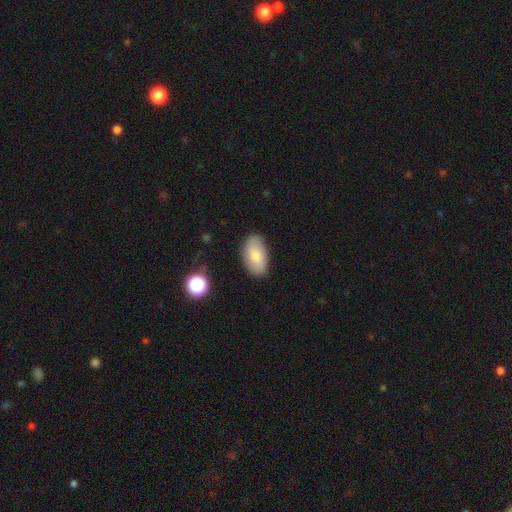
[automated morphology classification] Smooth or featured: smooth — 74% (featured or disk — 19%)
How rounded: in between — 94% (round — 4%)
Merging: none — 84% (minor disturbance — 12%)